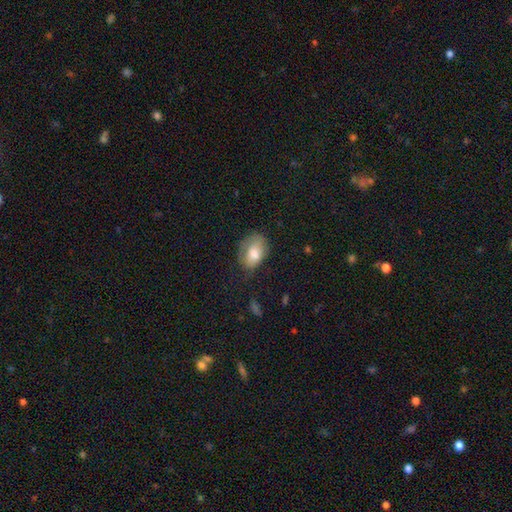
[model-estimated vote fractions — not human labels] Q: Smooth or featured?
A: smooth (74%); runner-up: featured or disk (18%)
Q: How rounded?
A: in between (82%); runner-up: round (17%)
Q: Merging?
A: none (49%); runner-up: minor disturbance (32%)